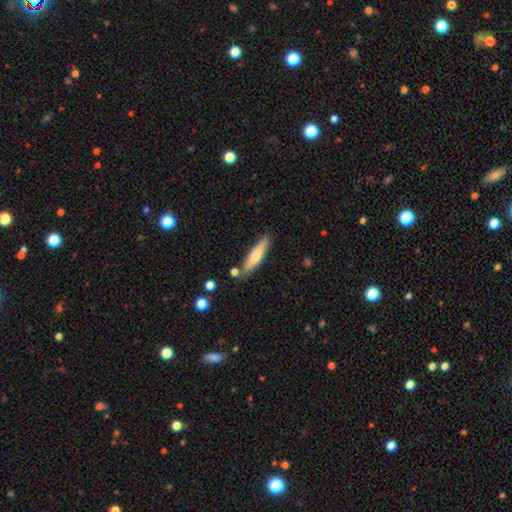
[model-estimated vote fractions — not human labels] Overall: smooth (66%; featured or disk 29%). How rounded: cigar-shaped (82%). Merging: none (80%).